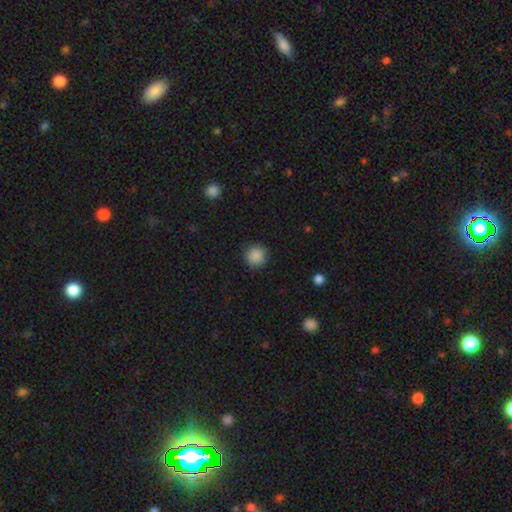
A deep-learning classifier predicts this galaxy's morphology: Smooth or featured?
  - smooth: 88% *
  - star or artifact: 9%
  - featured or disk: 3%
How rounded?
  - round: 94% *
  - in between: 5%
  - cigar-shaped: 1%
Merging?
  - none: 90% *
  - minor disturbance: 7%
  - major disturbance: 2%
  - merger: 1%